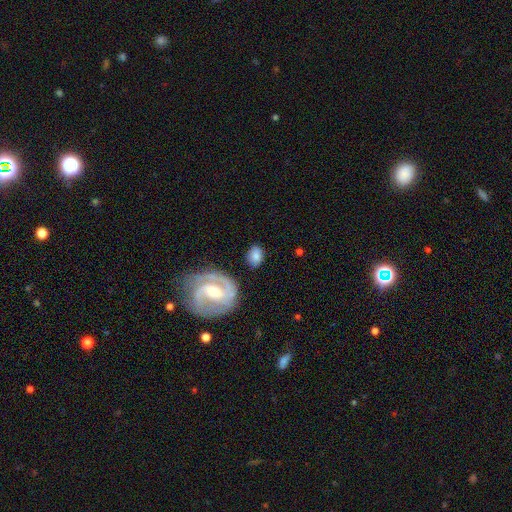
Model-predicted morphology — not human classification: smooth-or-featured: smooth: 66% | featured or disk: 27% | star or artifact: 7%
  how-rounded: in between: 74% | round: 24% | cigar-shaped: 2%
  merging: none: 75% | minor disturbance: 16% | major disturbance: 5% | merger: 4%